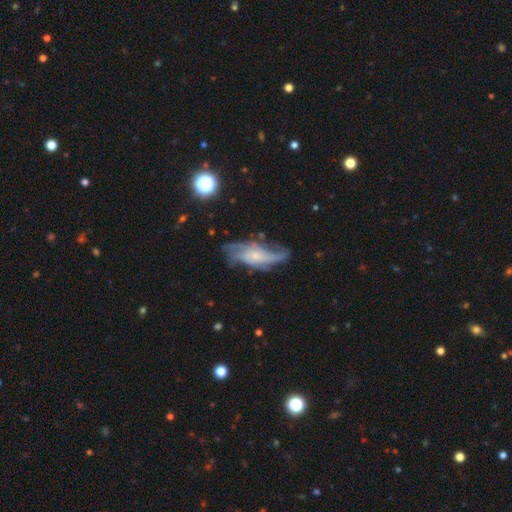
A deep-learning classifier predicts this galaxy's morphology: A featured or disk galaxy (75%) with no bar (69%), 2 (33%) loose (43%) spiral arms (88%) and a small central bulge (64%). Merging: none (54%).